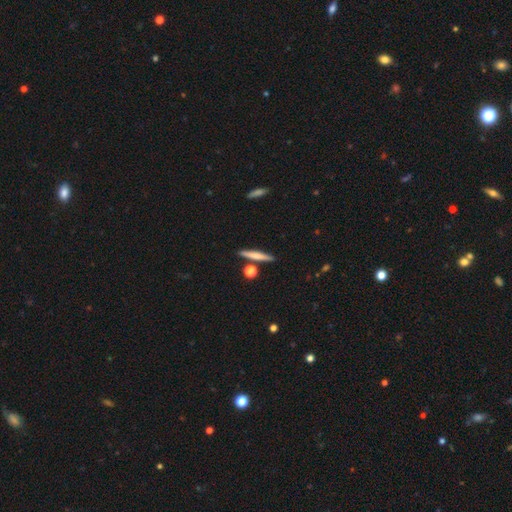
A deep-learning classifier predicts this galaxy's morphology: smooth 61%, featured or disk 32%, star or artifact 7%. Down the decision tree: how rounded — cigar-shaped (87%); merging — none (85%).